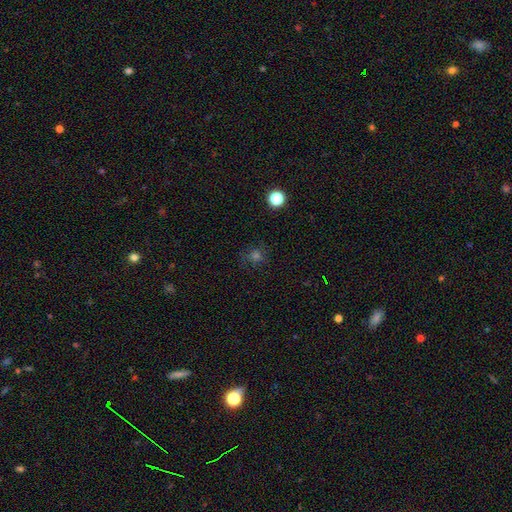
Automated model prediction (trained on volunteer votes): This appears to be a smooth galaxy with no disk features (53%) that is round (86%). Merging: none (77%).